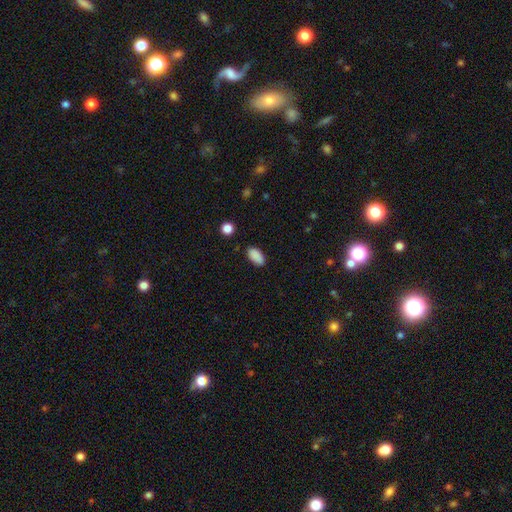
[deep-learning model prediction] This is clearly a smooth galaxy (89%). How rounded: clearly in between (93%). Merging: clearly none (86%).